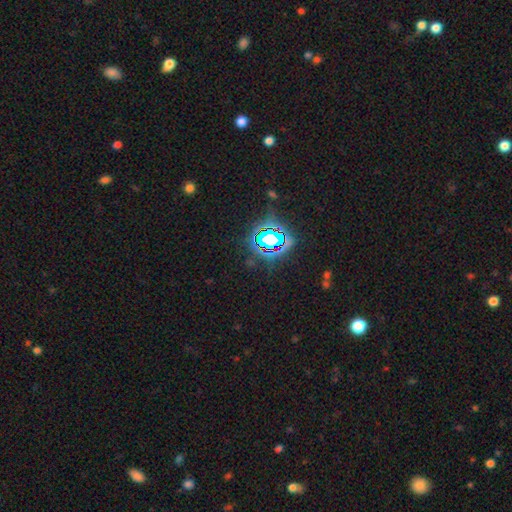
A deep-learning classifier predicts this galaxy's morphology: Smooth or featured? star or artifact (82%)